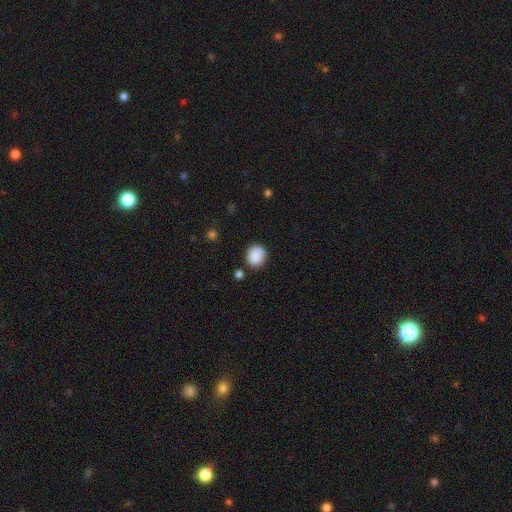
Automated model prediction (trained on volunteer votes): The model was most divided on "how rounded": round: 79%, in between: 20%, cigar-shaped: 1%. More confident: smooth or featured — smooth (87%); merging — none (81%).